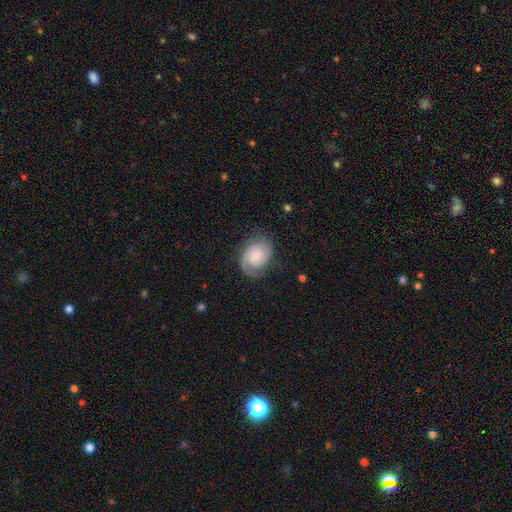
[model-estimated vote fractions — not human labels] The model was most divided on "bulge size": small: 49%, moderate: 44%, large: 3%, none: 2%, dominant: 1%. More confident: edge-on disk — no (97%); spiral arms — yes (94%); bar — no (73%); smooth or featured — featured or disk (73%); merging — none (71%); spiral arm count — 2 (57%); spiral winding — tight (50%).